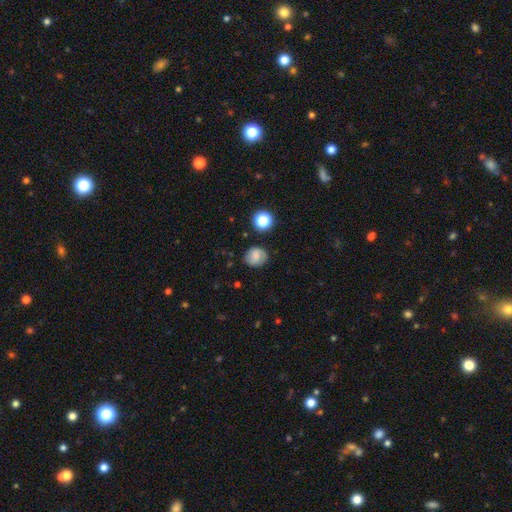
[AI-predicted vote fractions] smooth-or-featured: smooth: 63% | featured or disk: 25% | star or artifact: 12%
  how-rounded: round: 72% | in between: 27% | cigar-shaped: 1%
  merging: none: 77% | minor disturbance: 16% | major disturbance: 5% | merger: 2%